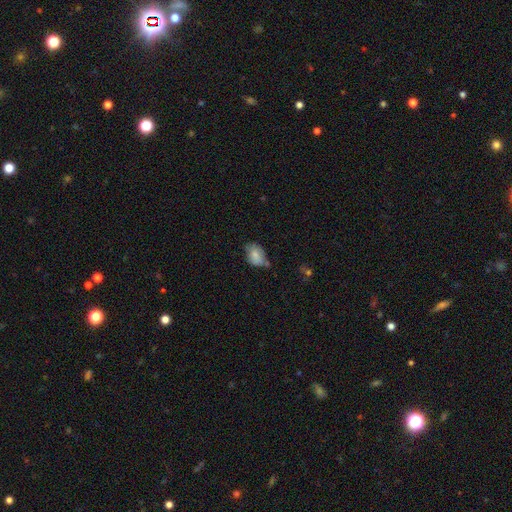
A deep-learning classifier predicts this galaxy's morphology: This is likely a smooth galaxy (78%). How rounded: likely in between (75%). Merging: possibly none (52%).